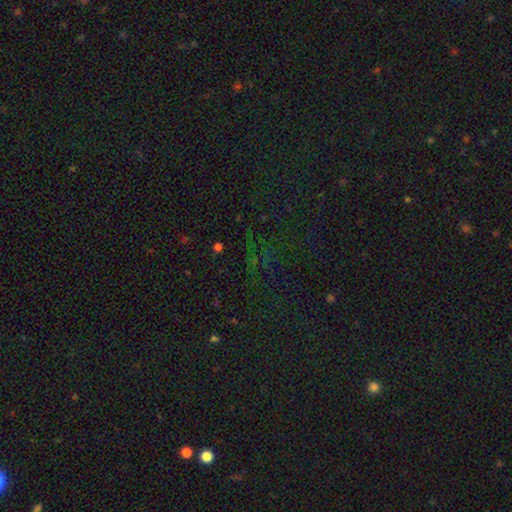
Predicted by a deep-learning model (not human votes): This is likely a star or artifact rather than a galaxy (77%).